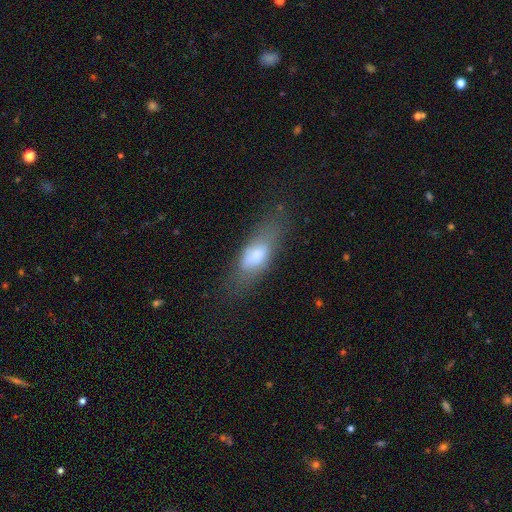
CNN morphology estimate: This appears to be a smooth galaxy with no disk features (69%) that is in between round and cigar-shaped (72%). Merging: none (63%).